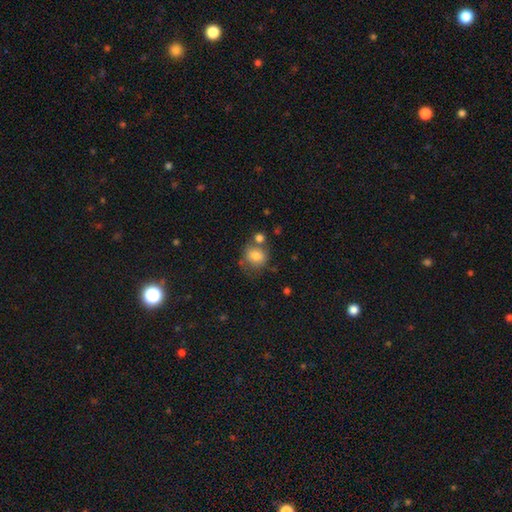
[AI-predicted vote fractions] smooth_or_featured: smooth (p=0.78) [alt: featured or disk p=0.12]
how_rounded: round (p=0.76) [alt: in between p=0.23]
merging: none (p=0.53) [alt: minor disturbance p=0.19]